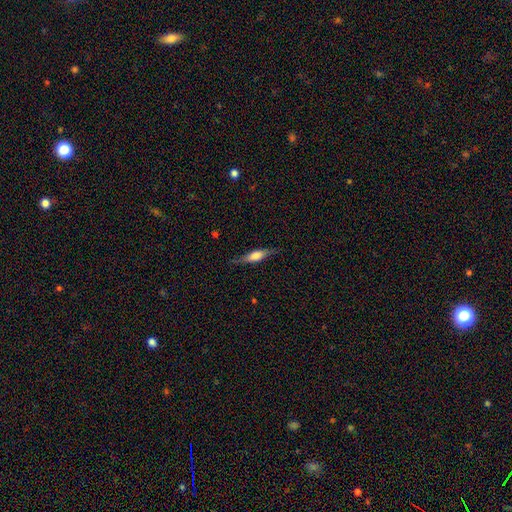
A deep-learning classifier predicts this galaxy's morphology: Overall: featured or disk (48%; smooth 45%). Merging: none (78%).